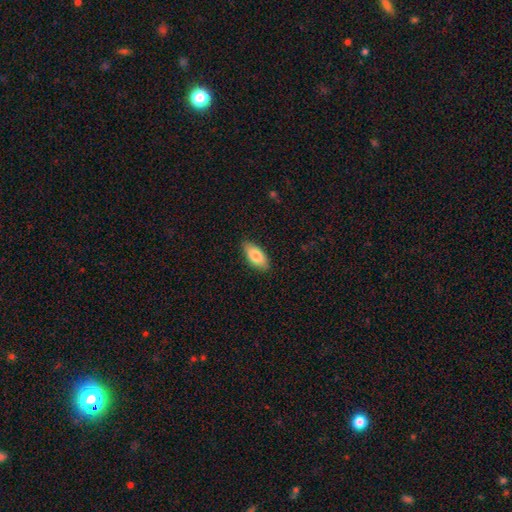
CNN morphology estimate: Smooth or featured: smooth — 81% (featured or disk — 13%)
How rounded: in between — 87% (cigar-shaped — 10%)
Merging: none — 86% (minor disturbance — 11%)